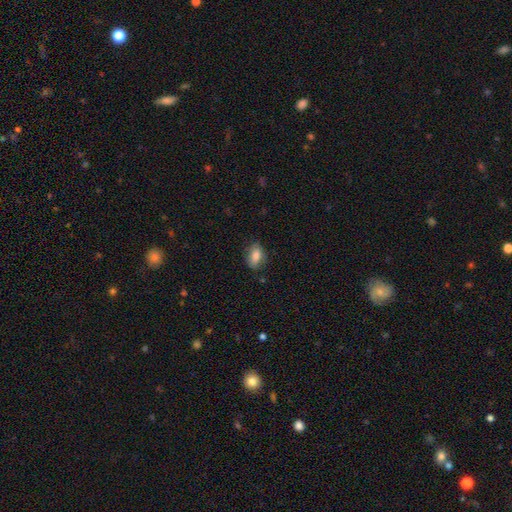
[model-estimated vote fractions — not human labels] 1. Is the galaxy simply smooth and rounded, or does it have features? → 79% smooth, 13% featured or disk, 8% star or artifact.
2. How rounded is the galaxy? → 83% in between, 12% round, 4% cigar-shaped.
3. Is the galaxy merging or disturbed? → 78% none, 17% minor disturbance, 3% major disturbance, 1% merger.